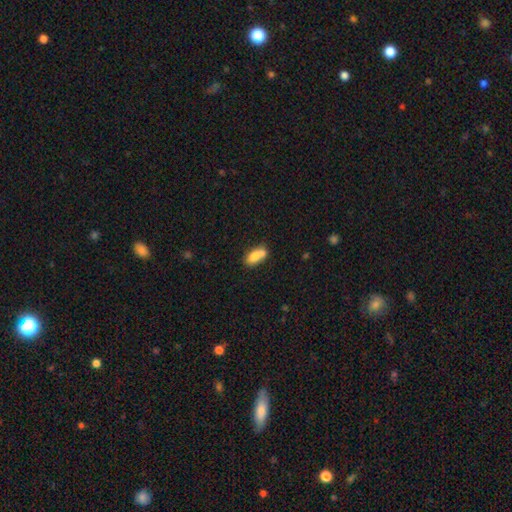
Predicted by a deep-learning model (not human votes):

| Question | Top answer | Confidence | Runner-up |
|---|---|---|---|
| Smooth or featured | smooth | 77% | featured or disk (15%) |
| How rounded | in between | 83% | cigar-shaped (11%) |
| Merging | none | 42% | merger (37%) |